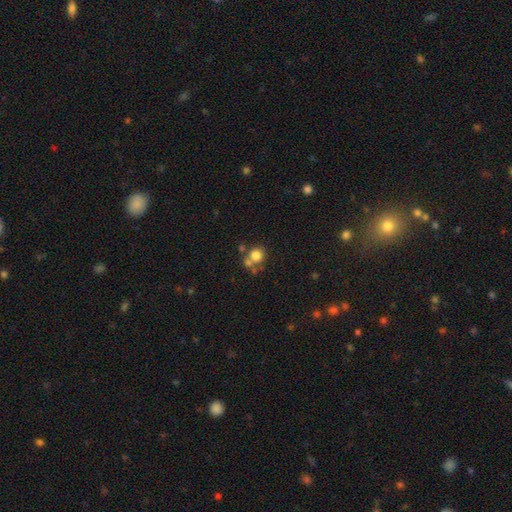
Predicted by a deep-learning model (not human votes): Q: Smooth or featured?
A: smooth (77%); runner-up: star or artifact (12%)
Q: How rounded?
A: round (85%); runner-up: in between (14%)
Q: Merging?
A: none (52%); runner-up: merger (32%)